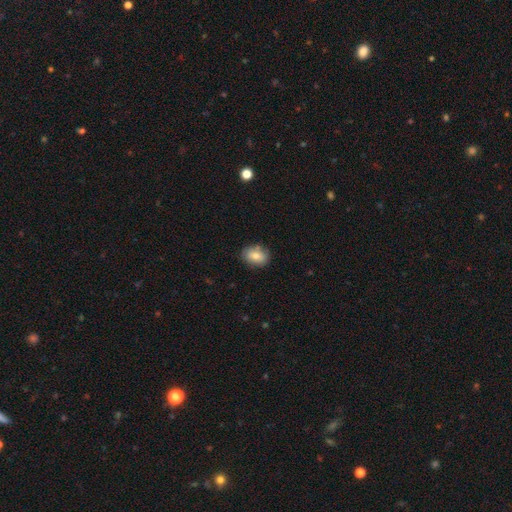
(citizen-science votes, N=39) A smooth galaxy with no disk features (74%) that is in between round and cigar-shaped (52%). Merging: none (82%).